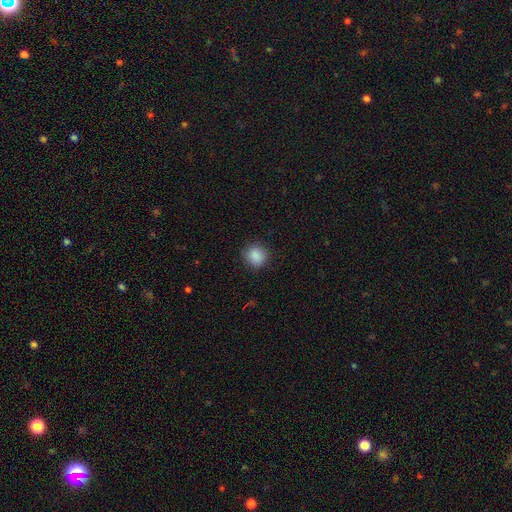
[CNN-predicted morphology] Smooth or featured: smooth — 88% (star or artifact — 9%)
How rounded: round — 85% (in between — 14%)
Merging: none — 87% (minor disturbance — 10%)